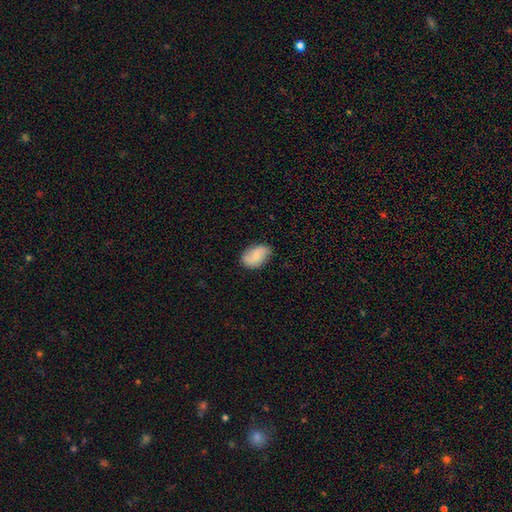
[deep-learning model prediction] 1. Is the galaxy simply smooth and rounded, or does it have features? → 64% smooth, 28% featured or disk, 7% star or artifact.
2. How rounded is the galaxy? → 88% in between, 10% round, 2% cigar-shaped.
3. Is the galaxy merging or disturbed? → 73% none, 21% minor disturbance, 4% major disturbance, 1% merger.